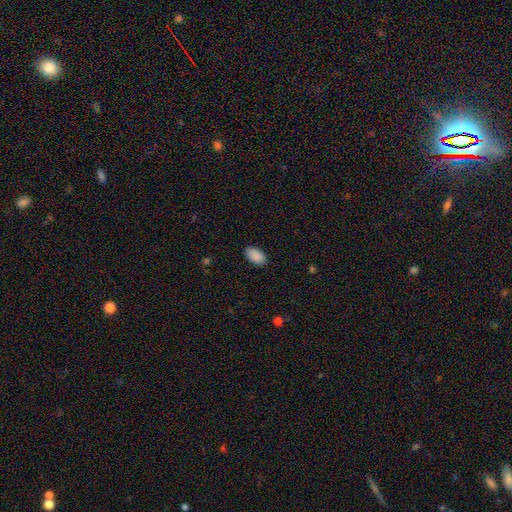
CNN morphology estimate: Overall: smooth (90%). How rounded: in between (94%). Merging: none (87%).